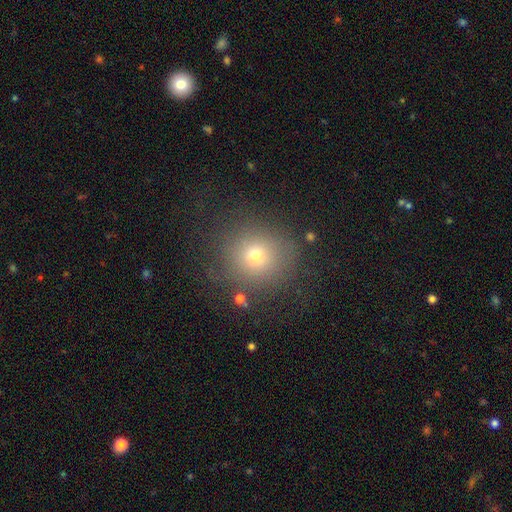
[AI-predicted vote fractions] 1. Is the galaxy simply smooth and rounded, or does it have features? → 67% smooth, 20% star or artifact, 14% featured or disk.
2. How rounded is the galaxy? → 88% round, 11% in between, 1% cigar-shaped.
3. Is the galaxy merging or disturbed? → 76% none, 13% minor disturbance, 8% major disturbance, 2% merger.